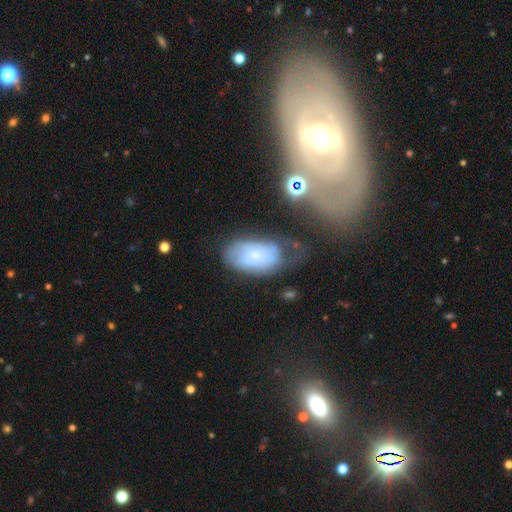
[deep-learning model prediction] This is possibly a featured or disk galaxy (47%). Merging: possibly none (46%).